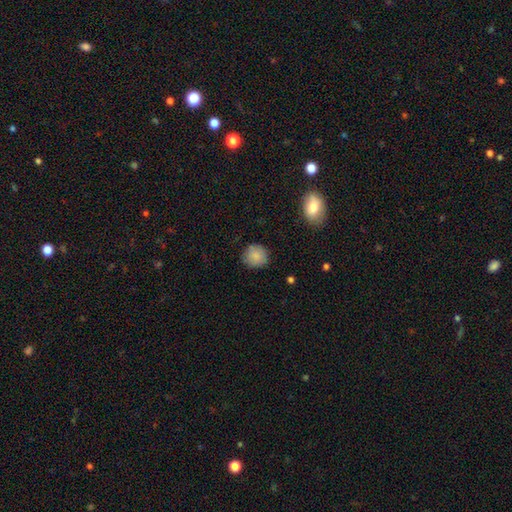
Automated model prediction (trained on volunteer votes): Smooth or featured: smooth — 86% (star or artifact — 8%)
How rounded: round — 89% (in between — 10%)
Merging: none — 85% (minor disturbance — 12%)